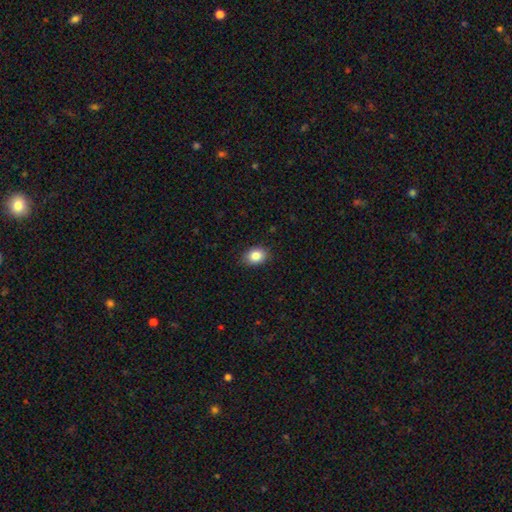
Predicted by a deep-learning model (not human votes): Smooth or featured? Predicted: smooth (p=0.86). How rounded? Predicted: in between (p=0.70). Merging? Predicted: none (p=0.87).